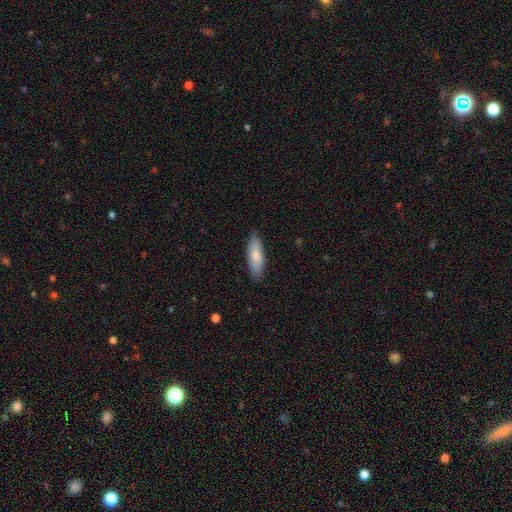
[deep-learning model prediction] smooth 80%, featured or disk 14%, star or artifact 6%. Down the decision tree: how rounded — in between (66%); merging — none (83%).